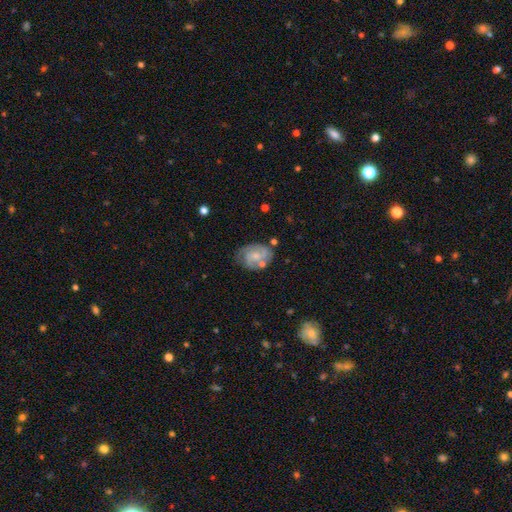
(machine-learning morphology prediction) A featured or disk galaxy (63%) with no bar (60%), 2 (51%) medium (43%) spiral arms (84%) and a small central bulge (48%).

Vote fractions:
- Smooth or featured? featured or disk: 63% / smooth: 30% / star or artifact: 7%
- Edge-on disk? no: 97% / yes: 3%
- Bar? no: 60% / weak: 35% / strong: 5%
- Spiral arms? yes: 84% / no: 16%
- Spiral winding? medium: 43% / tight: 40% / loose: 17%
- Spiral arm count? 2: 51% / can't tell: 24% / 3: 14% / 1: 6% / 4: 3% / more than 4: 2%
- Bulge size? small: 48% / moderate: 36% / none: 12% / large: 3% / dominant: 1%
- Merging? none: 59% / minor disturbance: 24% / major disturbance: 9% / merger: 8%